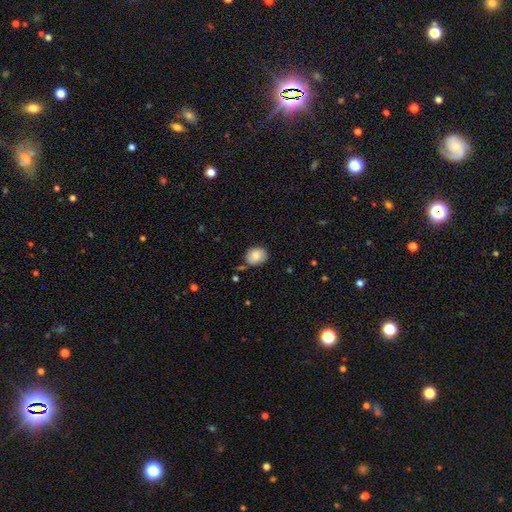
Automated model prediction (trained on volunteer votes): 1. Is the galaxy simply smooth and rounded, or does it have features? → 83% smooth, 9% featured or disk, 8% star or artifact.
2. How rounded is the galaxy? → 56% round, 43% in between, 1% cigar-shaped.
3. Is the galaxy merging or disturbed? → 75% none, 18% minor disturbance, 3% merger, 3% major disturbance.